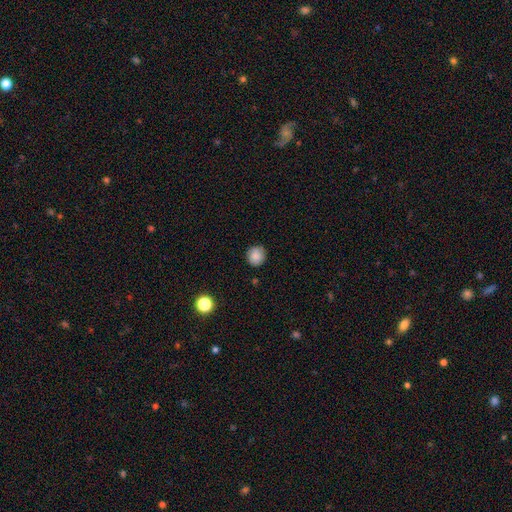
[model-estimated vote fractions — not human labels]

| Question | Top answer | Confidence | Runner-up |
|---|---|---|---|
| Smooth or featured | smooth | 85% | star or artifact (9%) |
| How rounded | round | 89% | in between (10%) |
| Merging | none | 85% | minor disturbance (11%) |